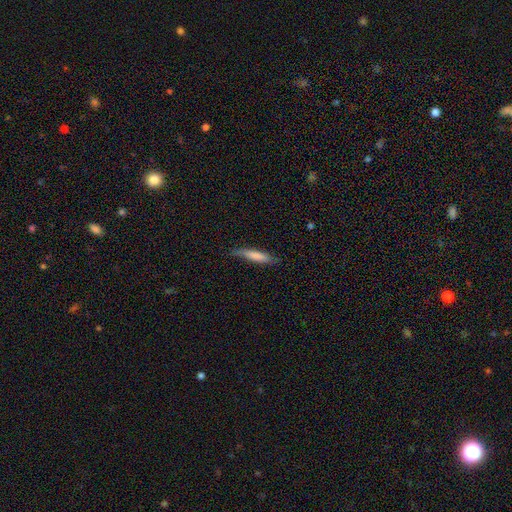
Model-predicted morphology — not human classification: Smooth or featured: smooth — 73% (featured or disk — 21%)
How rounded: cigar-shaped — 83% (in between — 16%)
Merging: none — 67% (minor disturbance — 25%)